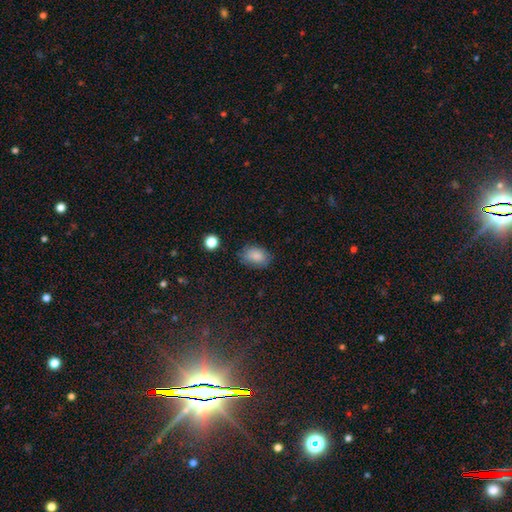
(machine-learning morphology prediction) Smooth or featured? smooth (84%)
How rounded? in between (79%)
Merging? none (72%)